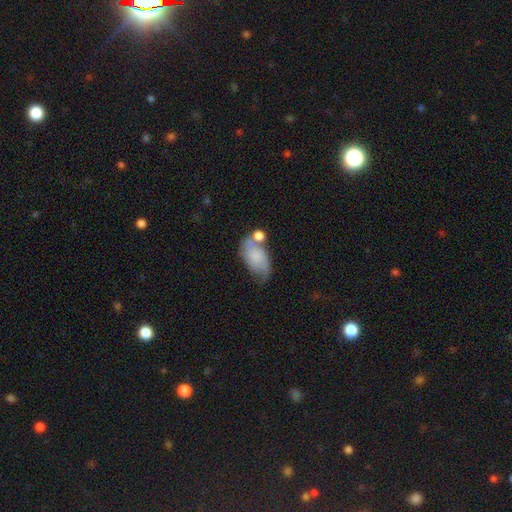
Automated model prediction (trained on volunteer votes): smooth_or_featured: smooth (p=0.54) [alt: featured or disk p=0.37]
how_rounded: in between (p=0.90) [alt: round p=0.07]
merging: none (p=0.33) [alt: merger p=0.27]